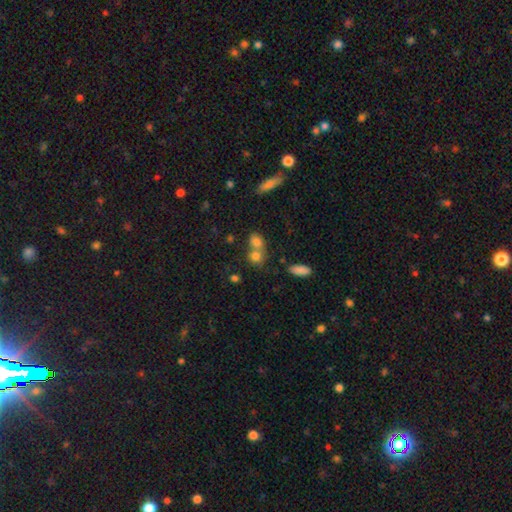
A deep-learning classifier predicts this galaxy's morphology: Smooth or featured? smooth (77%)
How rounded? round (70%)
Merging? merger (49%)